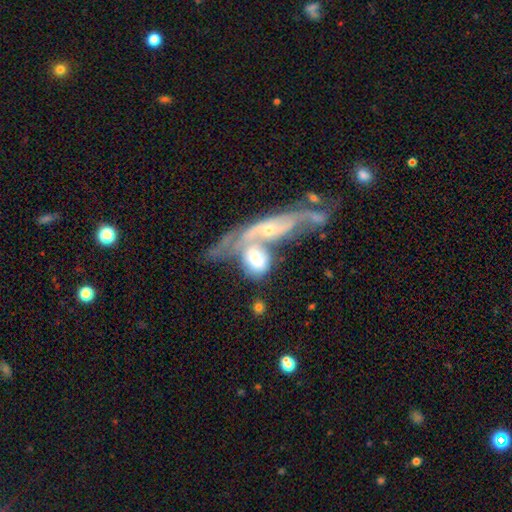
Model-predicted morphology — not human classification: Overall: featured or disk (53%; smooth 40%). Edge-on disk: no (77%). Merging: merger (66%).